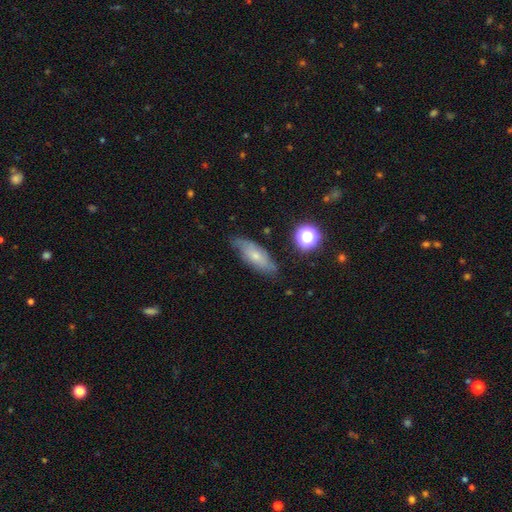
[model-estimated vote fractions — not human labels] Smooth or featured?
  - smooth: 56% *
  - featured or disk: 34%
  - star or artifact: 10%
How rounded?
  - in between: 65% *
  - cigar-shaped: 31%
  - round: 4%
Merging?
  - none: 70% *
  - minor disturbance: 23%
  - major disturbance: 5%
  - merger: 2%